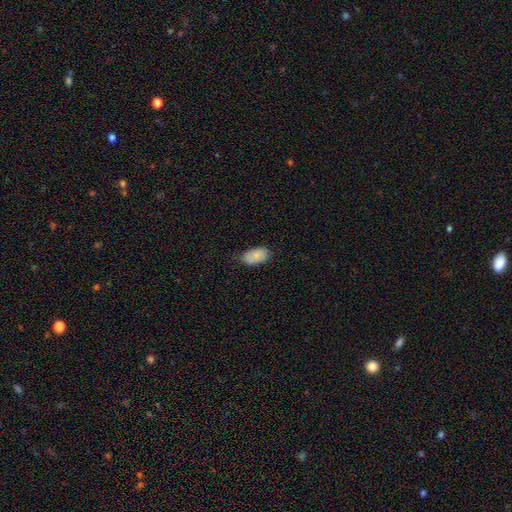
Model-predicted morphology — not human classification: smooth_or_featured: smooth (p=0.79) [alt: featured or disk p=0.14]
how_rounded: in between (p=0.93) [alt: round p=0.05]
merging: none (p=0.65) [alt: minor disturbance p=0.29]